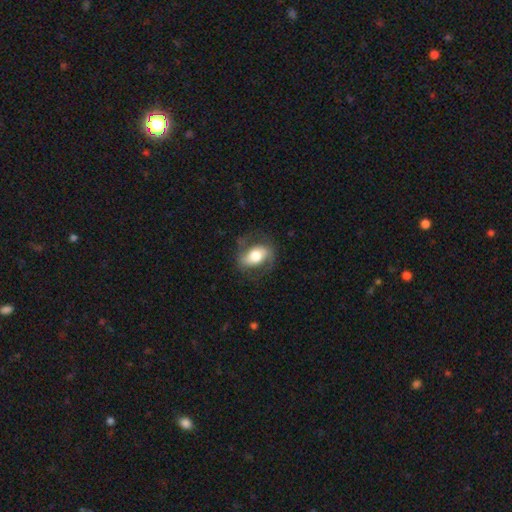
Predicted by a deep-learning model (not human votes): This is possibly a featured or disk galaxy (52%). It is clearly not viewed edge-on (90%). Merging: likely none (69%).